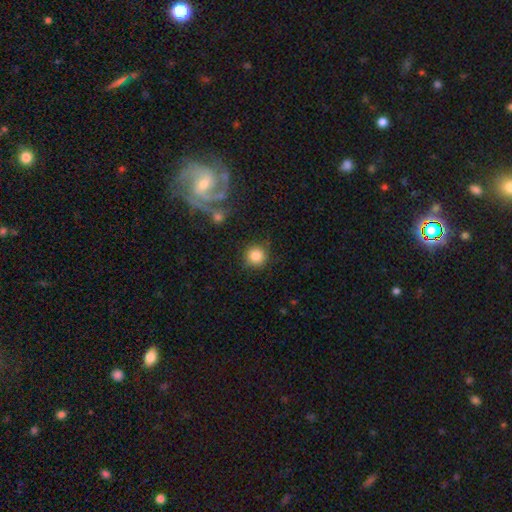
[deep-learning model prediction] This is clearly a smooth galaxy (84%). How rounded: clearly round (93%). Merging: clearly none (84%).